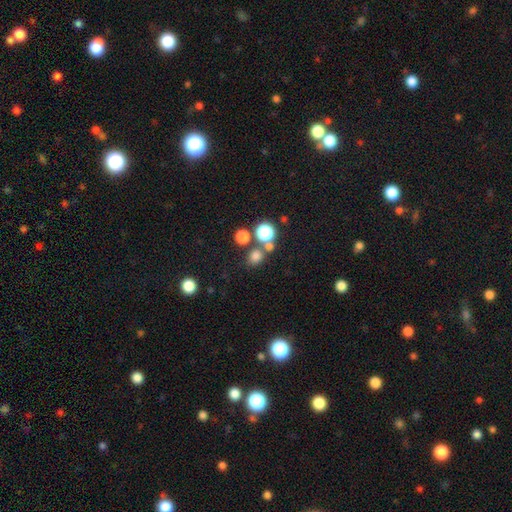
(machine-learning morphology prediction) type=smooth (75%); roundness=round (77%); merging=none (66%).